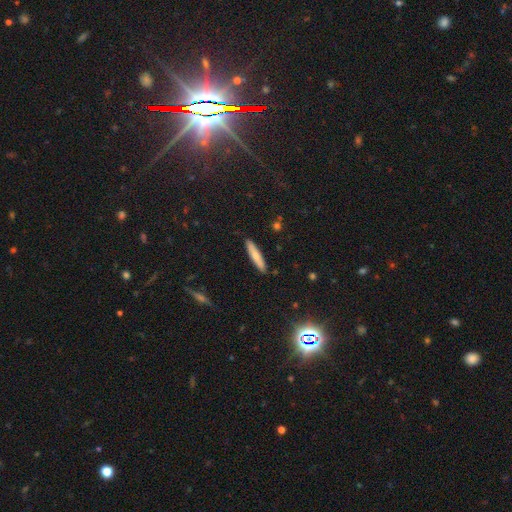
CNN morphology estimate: Q: Smooth or featured?
A: smooth (74%); runner-up: featured or disk (20%)
Q: How rounded?
A: cigar-shaped (87%); runner-up: in between (12%)
Q: Merging?
A: none (89%); runner-up: minor disturbance (8%)